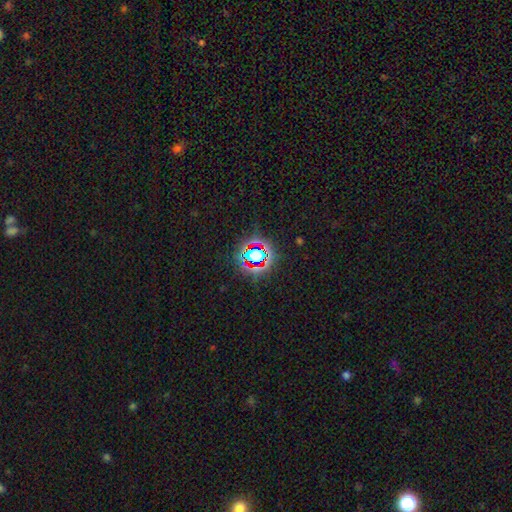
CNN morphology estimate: A star or artifact, not a galaxy (70%).